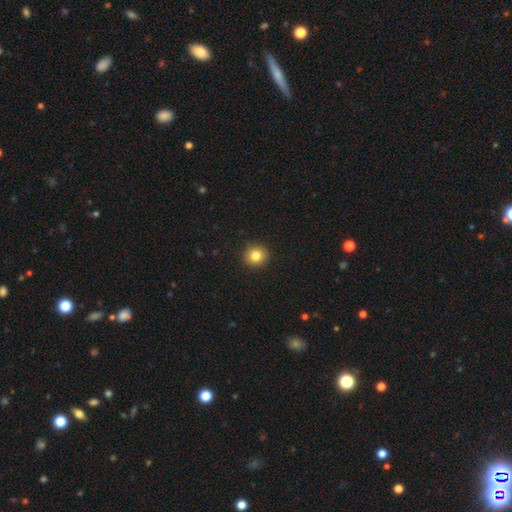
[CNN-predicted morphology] Smooth or featured? smooth (82%)
How rounded? round (90%)
Merging? none (92%)